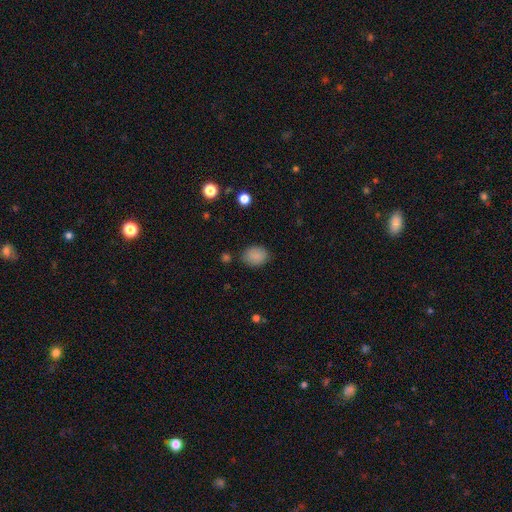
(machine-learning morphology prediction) This is clearly a smooth galaxy (87%). How rounded: likely in between (64%). Merging: clearly none (81%).